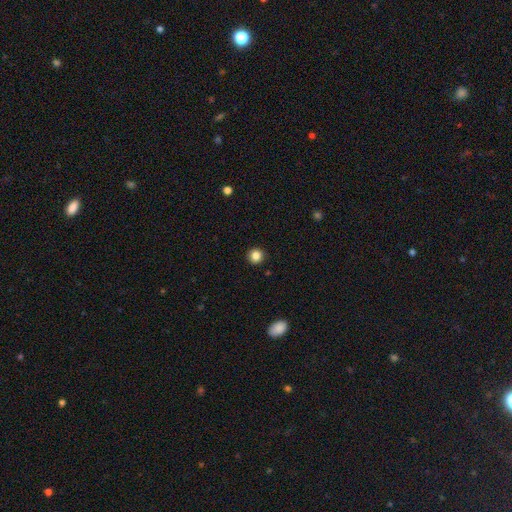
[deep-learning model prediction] Smooth or featured? Predicted: smooth (p=0.85). How rounded? Predicted: round (p=0.95). Merging? Predicted: none (p=0.93).